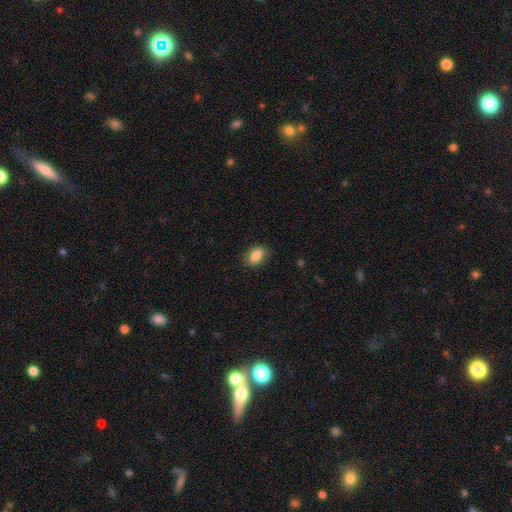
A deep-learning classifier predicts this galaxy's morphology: A smooth galaxy with no disk features (83%) that is in between round and cigar-shaped (85%).

Vote fractions:
- Smooth or featured? smooth: 83% / featured or disk: 9% / star or artifact: 8%
- How rounded? in between: 85% / round: 12% / cigar-shaped: 3%
- Merging? none: 82% / minor disturbance: 14% / major disturbance: 3% / merger: 1%